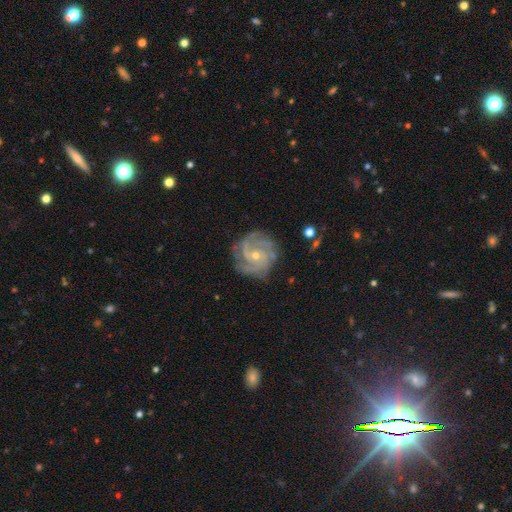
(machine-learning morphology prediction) A featured or disk galaxy (89%) with no bar (66%), 3 (40%) tight (66%) spiral arms (98%) and a small central bulge (66%).

Vote fractions:
- Smooth or featured? featured or disk: 89% / star or artifact: 6% / smooth: 5%
- Edge-on disk? no: 98% / yes: 2%
- Bar? no: 66% / weak: 27% / strong: 8%
- Spiral arms? yes: 98% / no: 2%
- Spiral winding? tight: 66% / medium: 29% / loose: 4%
- Spiral arm count? 3: 40% / 4: 18% / 2: 17% / can't tell: 13% / more than 4: 6% / 1: 6%
- Bulge size? small: 66% / moderate: 31% / none: 1% / large: 1% / dominant: 1%
- Merging? none: 81% / minor disturbance: 14% / major disturbance: 4% / merger: 1%